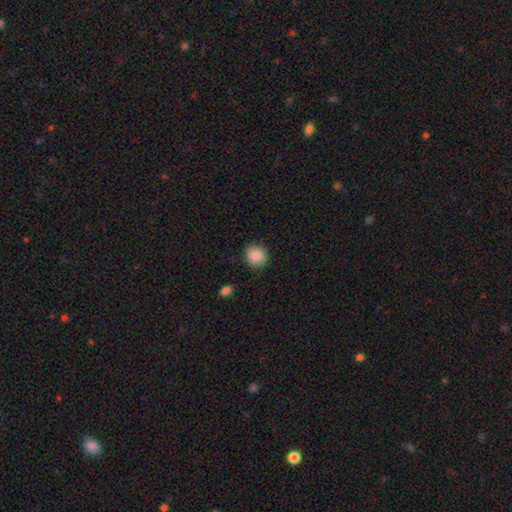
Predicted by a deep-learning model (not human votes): A smooth galaxy with no disk features (89%) that is round (85%). Merging: none (88%).